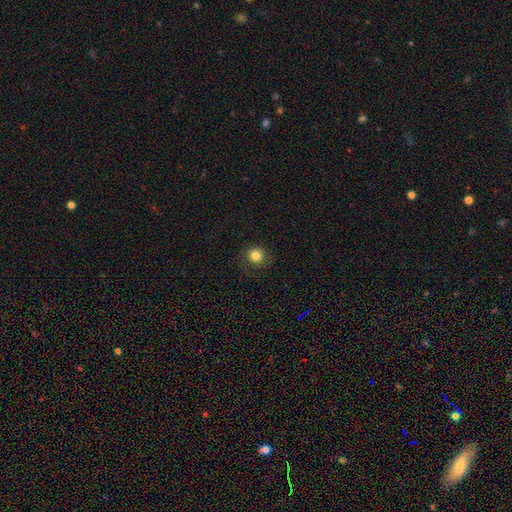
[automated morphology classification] The model was most divided on "merging": none: 78%, minor disturbance: 14%, major disturbance: 6%, merger: 1%. More confident: how rounded — round (87%); smooth or featured — smooth (81%).